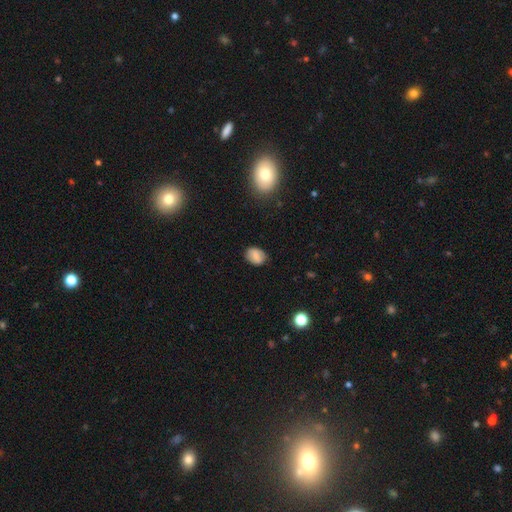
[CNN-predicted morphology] A smooth galaxy with no disk features (78%) that is in between round and cigar-shaped (67%).

Vote fractions:
- Smooth or featured? smooth: 78% / featured or disk: 13% / star or artifact: 9%
- How rounded? in between: 67% / round: 32% / cigar-shaped: 1%
- Merging? none: 79% / minor disturbance: 16% / major disturbance: 3% / merger: 1%